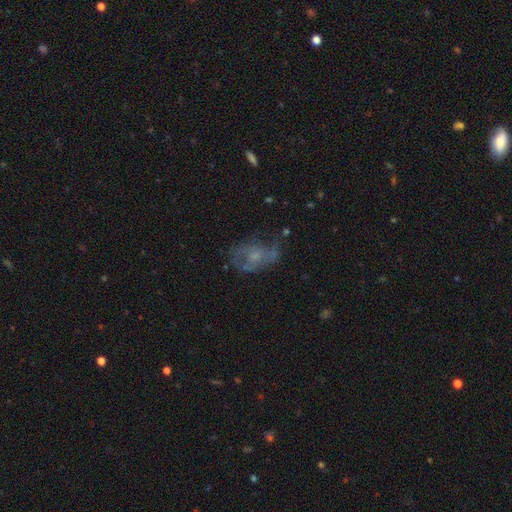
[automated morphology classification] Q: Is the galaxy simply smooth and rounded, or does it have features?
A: featured or disk — 58%.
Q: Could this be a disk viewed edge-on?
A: no — 96%.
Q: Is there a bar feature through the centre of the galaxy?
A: no — 76%.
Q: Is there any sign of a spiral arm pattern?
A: yes — 57%.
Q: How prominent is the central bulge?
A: small — 42%.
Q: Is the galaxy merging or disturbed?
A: none — 48%.